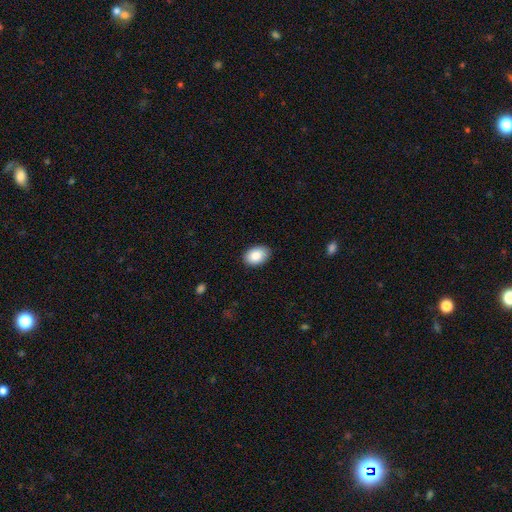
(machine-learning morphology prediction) Smooth or featured: smooth — 88% (star or artifact — 7%)
How rounded: in between — 87% (round — 12%)
Merging: none — 87% (minor disturbance — 10%)